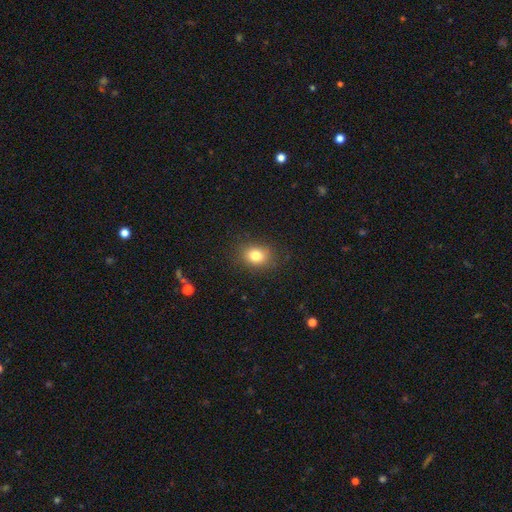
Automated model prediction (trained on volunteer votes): A smooth galaxy with no disk features (80%) that is in between round and cigar-shaped (51%).

Vote fractions:
- Smooth or featured? smooth: 80% / star or artifact: 11% / featured or disk: 8%
- How rounded? in between: 51% / round: 48% / cigar-shaped: 1%
- Merging? none: 85% / minor disturbance: 10% / major disturbance: 3% / merger: 1%